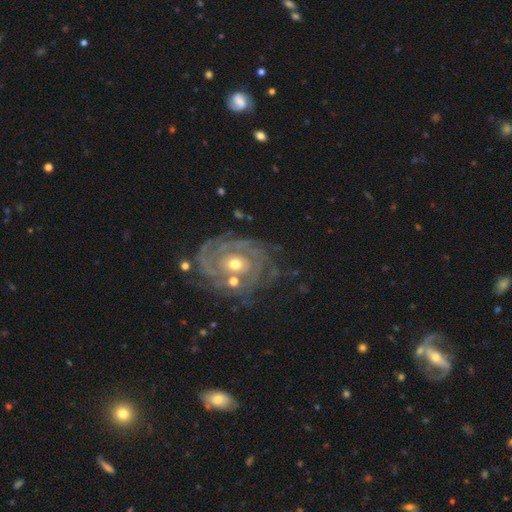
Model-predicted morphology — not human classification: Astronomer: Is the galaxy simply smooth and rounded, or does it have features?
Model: featured or disk — 79%.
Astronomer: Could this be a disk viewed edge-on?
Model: no — 96%.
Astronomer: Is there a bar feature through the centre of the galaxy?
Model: no — 56% (runner-up: weak, 32%).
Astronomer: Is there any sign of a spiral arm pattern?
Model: yes — 86%.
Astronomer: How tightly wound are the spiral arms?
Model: tight — 67%.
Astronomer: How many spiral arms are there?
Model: can't tell — 35% (runner-up: 2, 27%).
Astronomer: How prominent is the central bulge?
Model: moderate — 55% (runner-up: small, 38%).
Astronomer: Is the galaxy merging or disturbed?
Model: none — 69%.